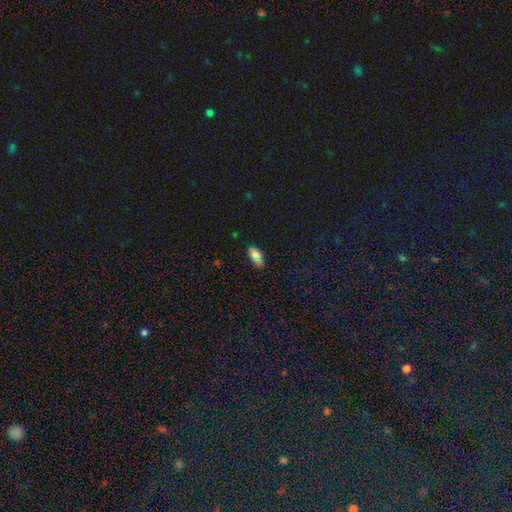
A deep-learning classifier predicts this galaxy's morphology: A smooth galaxy with no disk features (65%) that is in between round and cigar-shaped (89%).

Vote fractions:
- Smooth or featured? smooth: 65% / star or artifact: 27% / featured or disk: 9%
- How rounded? in between: 89% / round: 7% / cigar-shaped: 4%
- Merging? none: 83% / minor disturbance: 11% / major disturbance: 3% / merger: 2%